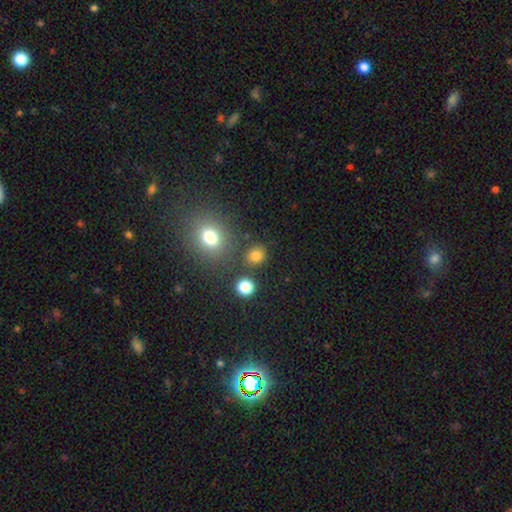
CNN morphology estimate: The model was most divided on "how rounded": round: 76%, in between: 22%, cigar-shaped: 1%. More confident: merging — none (81%); smooth or featured — smooth (78%).